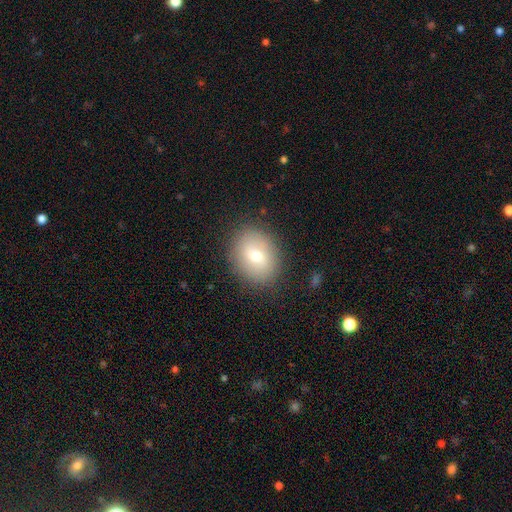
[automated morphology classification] This appears to be a smooth galaxy with no disk features (70%) that is round (51%). Merging: none (86%).